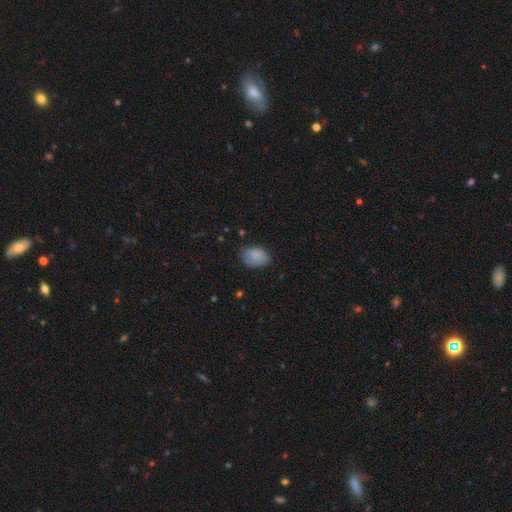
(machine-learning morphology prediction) type=smooth (80%); roundness=in between (78%); merging=none (67%).